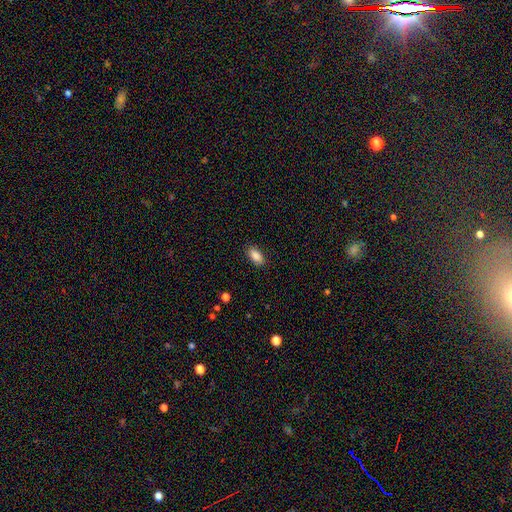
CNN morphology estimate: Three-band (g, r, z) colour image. It shows a smooth galaxy with no disk features (88%) that is in between round and cigar-shaped (90%). Merging: none (88%).